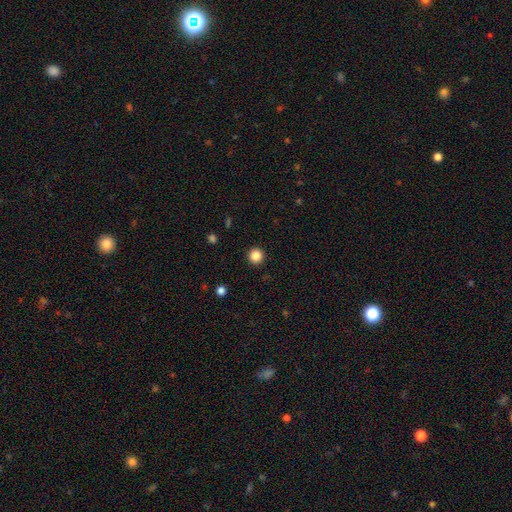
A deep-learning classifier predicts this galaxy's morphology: Smooth or featured: smooth — 85% (star or artifact — 11%)
How rounded: round — 95% (in between — 4%)
Merging: none — 93% (minor disturbance — 5%)